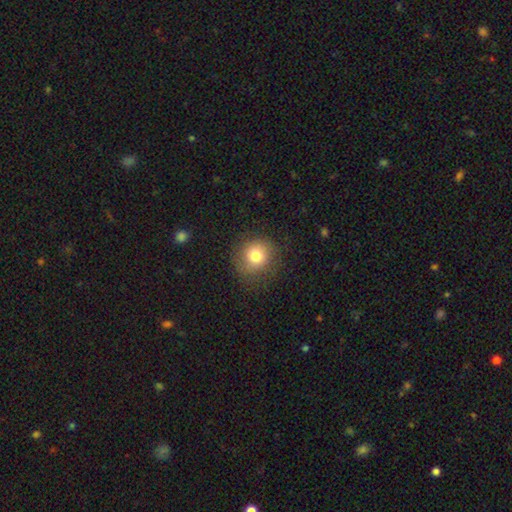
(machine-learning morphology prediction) Smooth or featured? smooth (79%)
How rounded? round (88%)
Merging? none (82%)